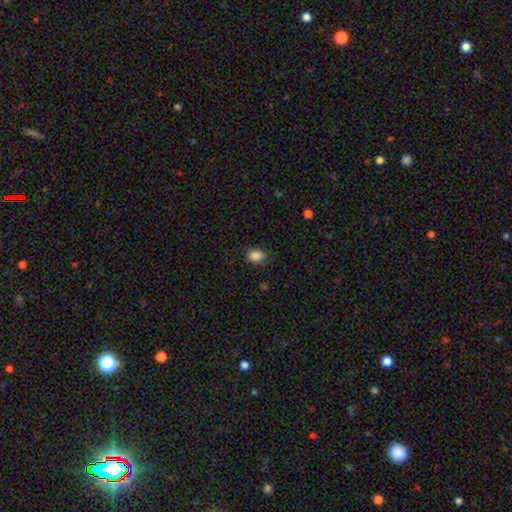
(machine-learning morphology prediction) Smooth or featured? smooth (87%)
How rounded? in between (63%)
Merging? none (83%)